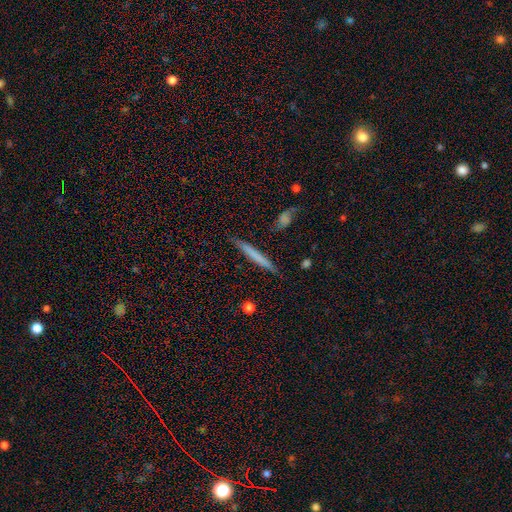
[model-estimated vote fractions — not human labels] Morphology: type=smooth (63%); roundness=cigar-shaped (95%); merging=none (84%).